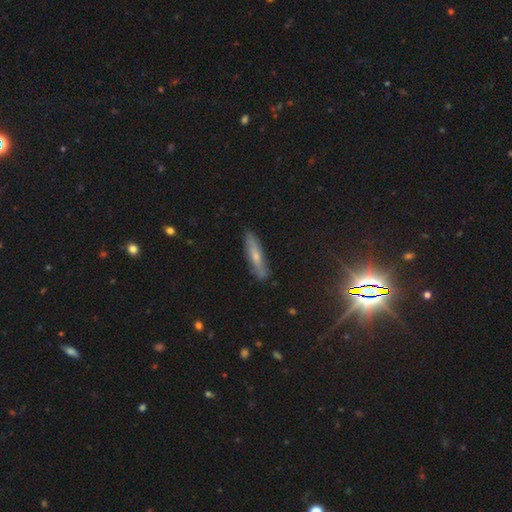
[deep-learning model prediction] Smooth or featured? Predicted: smooth (p=0.49). Merging? Predicted: none (p=0.83).